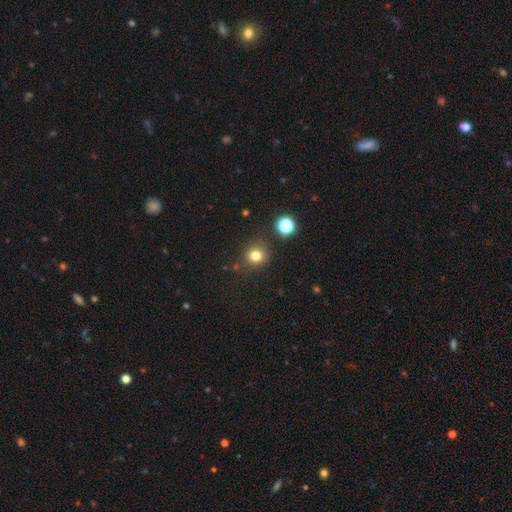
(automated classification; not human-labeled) A smooth galaxy with no disk features (78%) that is round (87%). Merging: none (82%).